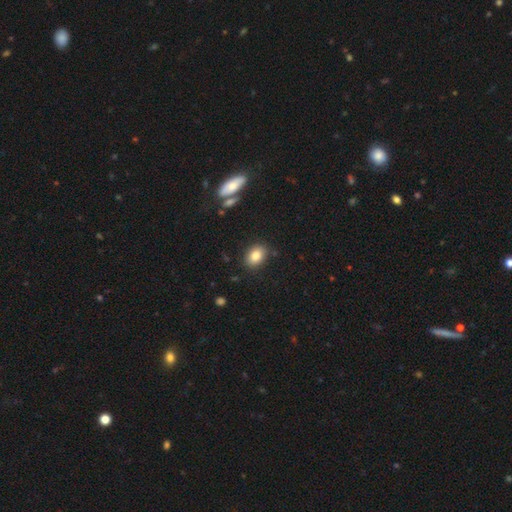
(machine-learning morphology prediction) Smooth or featured? smooth (82%)
How rounded? in between (75%)
Merging? none (86%)